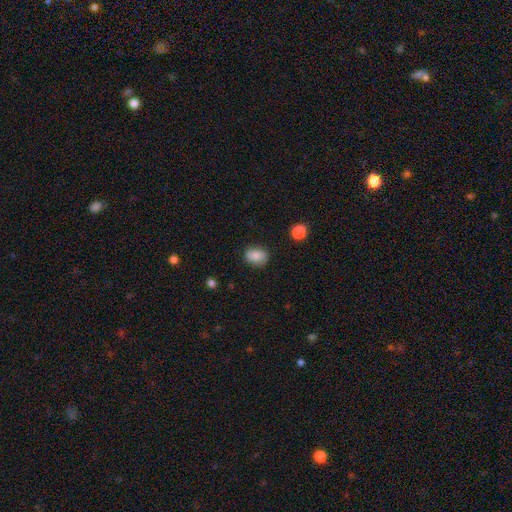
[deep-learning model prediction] This is clearly a smooth galaxy (82%). How rounded: likely in between (66%). Merging: clearly none (83%).